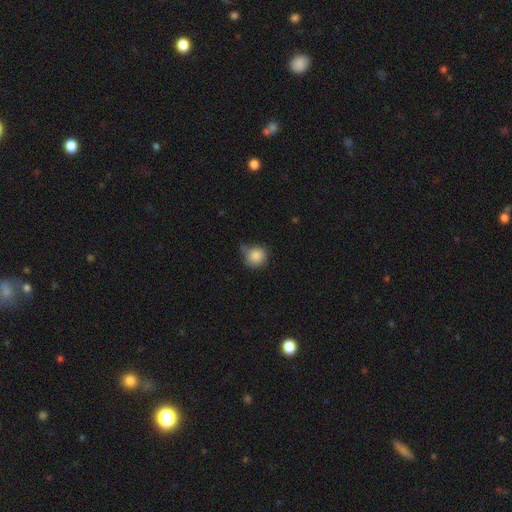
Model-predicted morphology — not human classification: smooth-or-featured: smooth: 86% | star or artifact: 8% | featured or disk: 6%
  how-rounded: round: 88% | in between: 11% | cigar-shaped: 1%
  merging: none: 52% | minor disturbance: 34% | major disturbance: 8% | merger: 6%